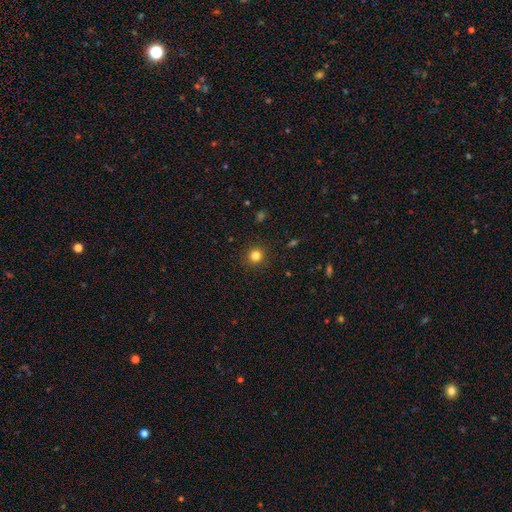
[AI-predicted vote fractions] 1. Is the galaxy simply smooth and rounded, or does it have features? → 81% smooth, 13% star or artifact, 5% featured or disk.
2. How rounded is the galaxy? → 92% round, 7% in between, 1% cigar-shaped.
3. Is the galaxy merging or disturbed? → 91% none, 6% minor disturbance, 2% major disturbance, 1% merger.